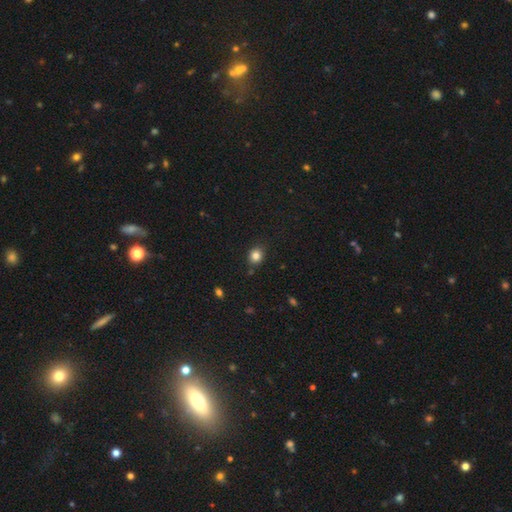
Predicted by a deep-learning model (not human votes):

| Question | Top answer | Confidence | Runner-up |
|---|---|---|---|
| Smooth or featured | smooth | 83% | star or artifact (12%) |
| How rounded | round | 72% | in between (28%) |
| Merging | none | 84% | minor disturbance (11%) |